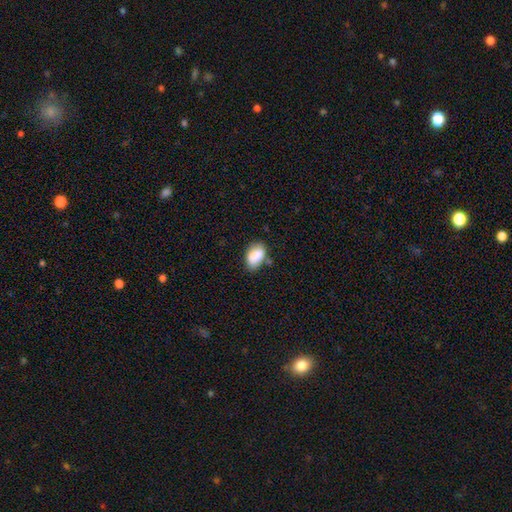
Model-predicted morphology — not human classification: smooth_or_featured: smooth (p=0.82) [alt: featured or disk p=0.10]
how_rounded: in between (p=0.88) [alt: round p=0.10]
merging: none (p=0.59) [alt: minor disturbance p=0.26]